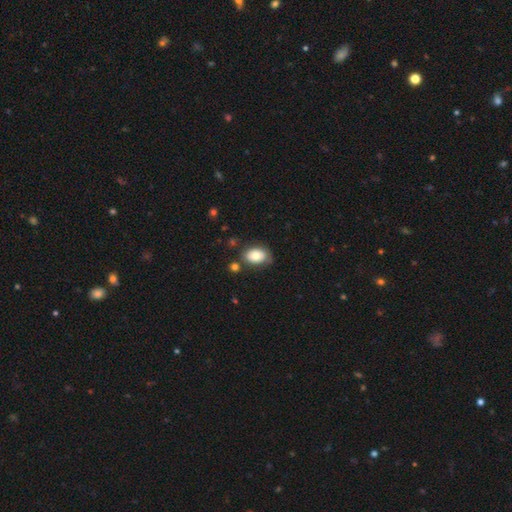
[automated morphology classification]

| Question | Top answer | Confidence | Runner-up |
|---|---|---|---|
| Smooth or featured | smooth | 77% | featured or disk (15%) |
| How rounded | in between | 83% | round (16%) |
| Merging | none | 68% | minor disturbance (20%) |